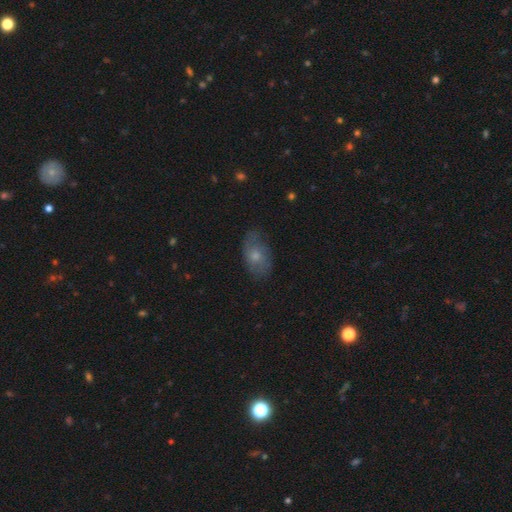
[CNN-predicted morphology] type=smooth (60%); roundness=in between (89%); merging=none (68%).